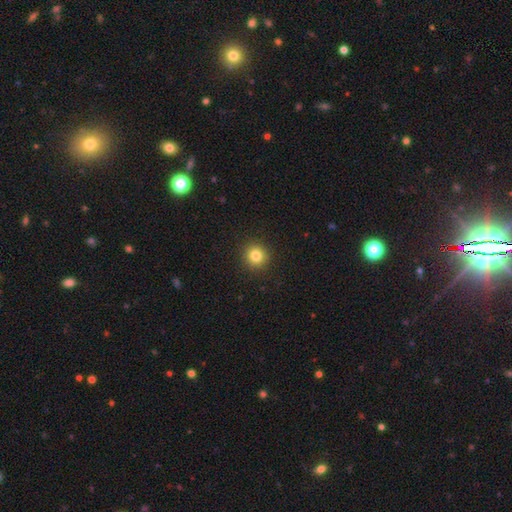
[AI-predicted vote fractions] Overall: smooth (82%). How rounded: round (94%). Merging: none (92%).